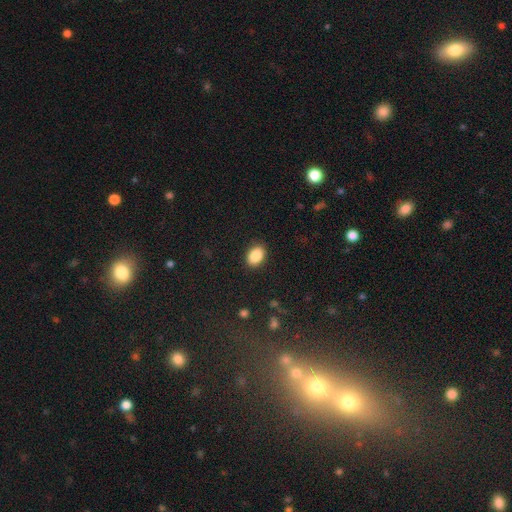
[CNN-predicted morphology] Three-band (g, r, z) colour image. It shows a smooth galaxy with no disk features (88%) that is in between round and cigar-shaped (83%). Merging: none (88%).